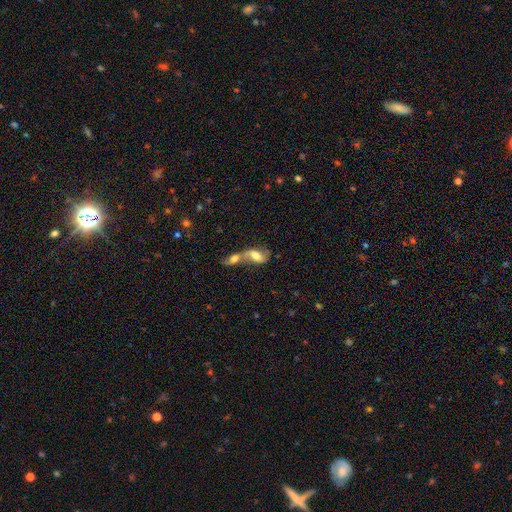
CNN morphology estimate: featured or disk 46%, smooth 45%, star or artifact 10%. Down the decision tree: merging — merger (75%).